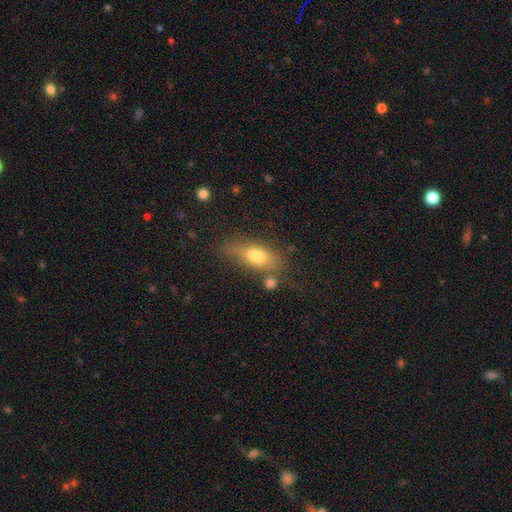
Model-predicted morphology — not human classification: The model was most divided on "merging": none: 60%, minor disturbance: 20%, merger: 10%, major disturbance: 9%. More confident: how rounded — in between (72%); smooth or featured — smooth (68%).